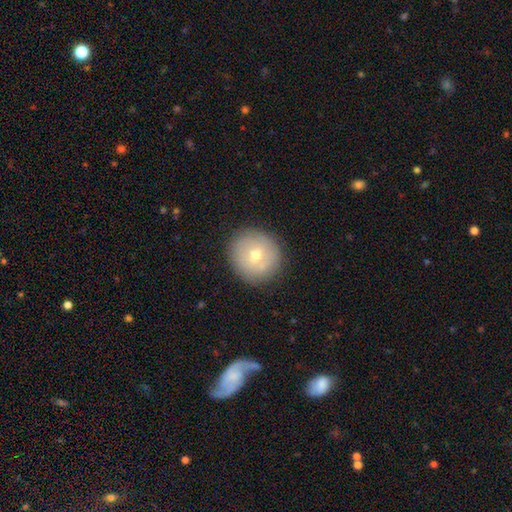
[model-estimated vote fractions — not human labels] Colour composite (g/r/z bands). It shows a smooth galaxy with no disk features (64%) that is round (93%). Merging: none (87%).